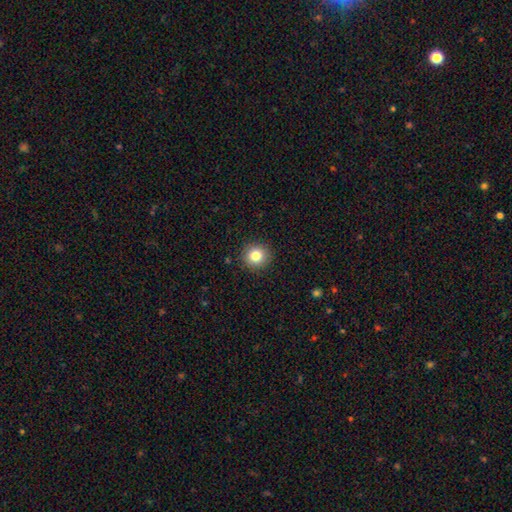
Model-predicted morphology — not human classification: smooth-or-featured: smooth: 82% | star or artifact: 11% | featured or disk: 8%
  how-rounded: round: 92% | in between: 7% | cigar-shaped: 1%
  merging: none: 91% | minor disturbance: 6% | major disturbance: 2% | merger: 1%